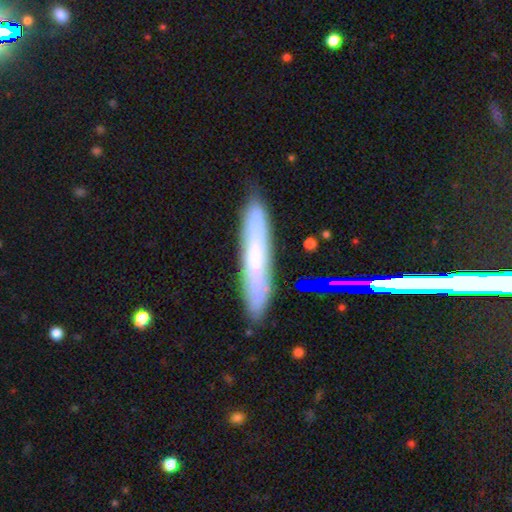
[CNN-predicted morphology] Smooth or featured? smooth (51%)
How rounded? cigar-shaped (92%)
Merging? none (82%)